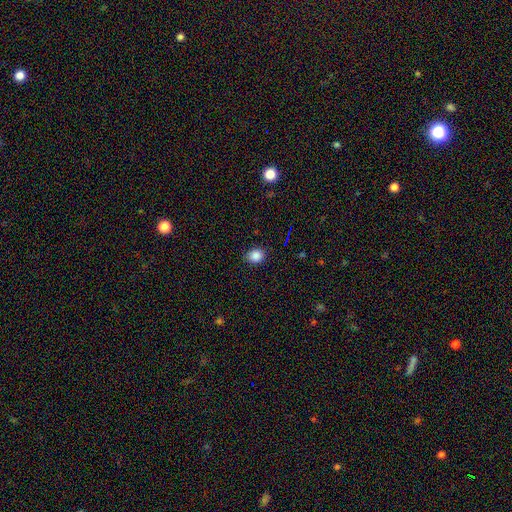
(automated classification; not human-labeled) This is clearly a smooth galaxy (85%). How rounded: likely round (67%). Merging: clearly none (86%).